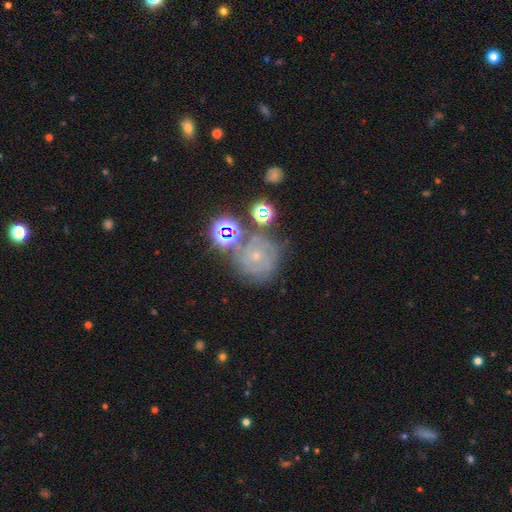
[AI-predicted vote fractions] Overall: featured or disk (59%; star or artifact 22%). Edge-on disk: no (97%). Bar: no (76%). Spiral arms: yes (89%). Spiral arm count: can't tell (38%; 3 23%). Spiral winding: tight (72%). Bulge size: small (76%). Merging: none (66%).